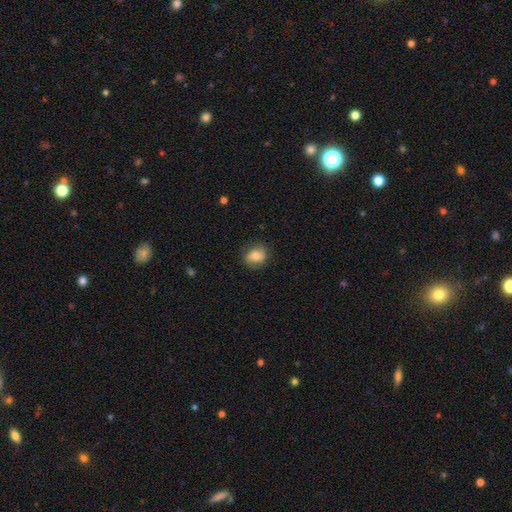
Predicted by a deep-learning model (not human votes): smooth-or-featured: smooth: 73% | featured or disk: 18% | star or artifact: 9%
  how-rounded: round: 66% | in between: 33% | cigar-shaped: 1%
  merging: none: 81% | minor disturbance: 14% | major disturbance: 4% | merger: 1%